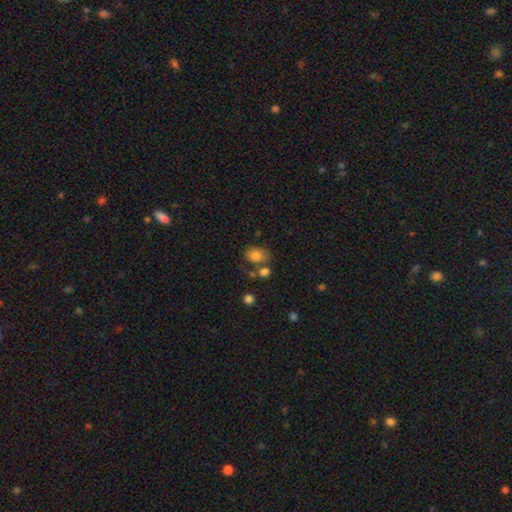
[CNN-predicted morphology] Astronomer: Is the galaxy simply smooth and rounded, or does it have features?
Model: smooth — 80%.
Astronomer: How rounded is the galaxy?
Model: in between — 68%.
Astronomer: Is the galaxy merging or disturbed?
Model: none — 57%.